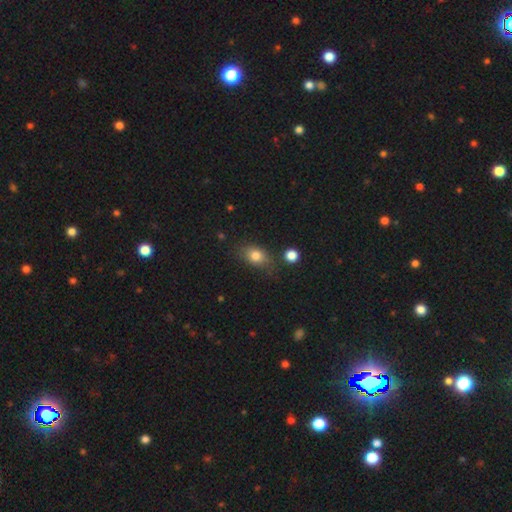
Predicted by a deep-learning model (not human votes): Smooth or featured? Predicted: smooth (p=0.79). How rounded? Predicted: in between (p=0.73). Merging? Predicted: none (p=0.72).